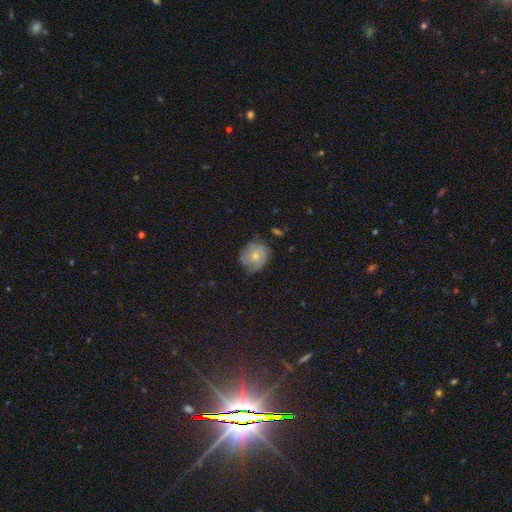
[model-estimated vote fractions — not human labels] smooth 50%, featured or disk 42%, star or artifact 8%. Down the decision tree: how rounded — round (77%); merging — none (62%).